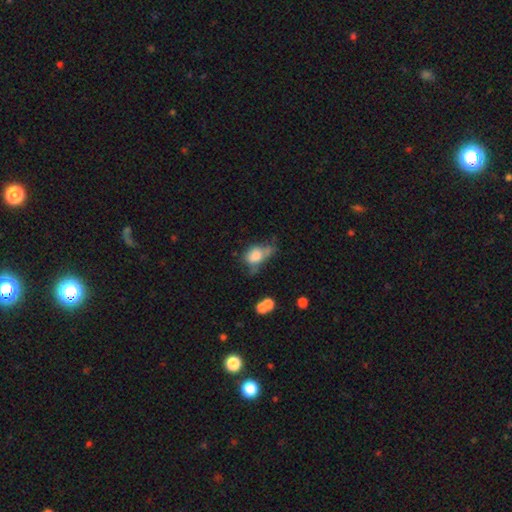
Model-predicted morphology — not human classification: Smooth or featured?
  - smooth: 71% *
  - featured or disk: 20%
  - star or artifact: 10%
How rounded?
  - in between: 73% *
  - round: 25%
  - cigar-shaped: 3%
Merging?
  - minor disturbance: 29% *
  - major disturbance: 26%
  - none: 24%
  - merger: 20%